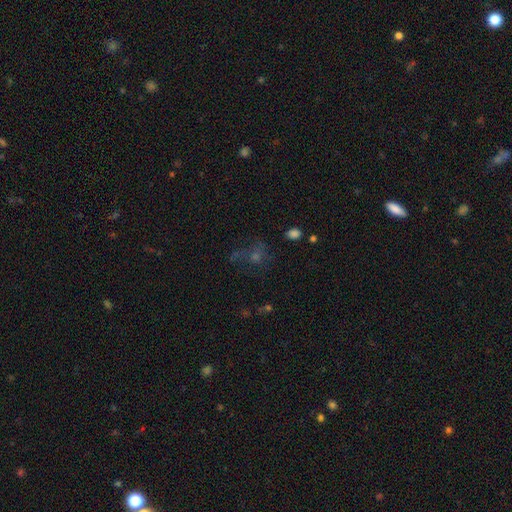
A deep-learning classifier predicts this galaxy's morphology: This is marginally a star or artifact rather than a galaxy (43%).